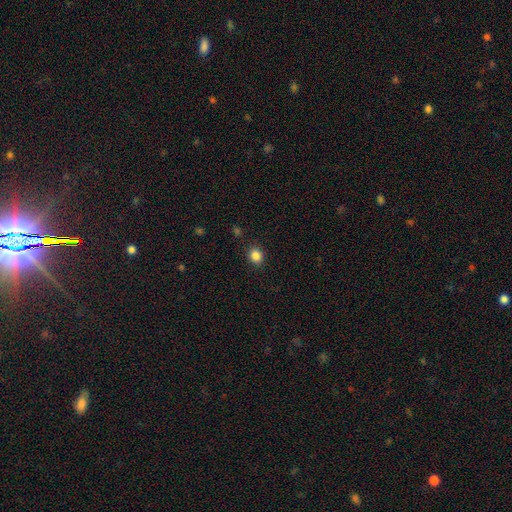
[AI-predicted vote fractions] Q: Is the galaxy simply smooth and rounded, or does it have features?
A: smooth — 85%.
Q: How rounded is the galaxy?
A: round — 72%.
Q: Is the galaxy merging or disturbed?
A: none — 89%.